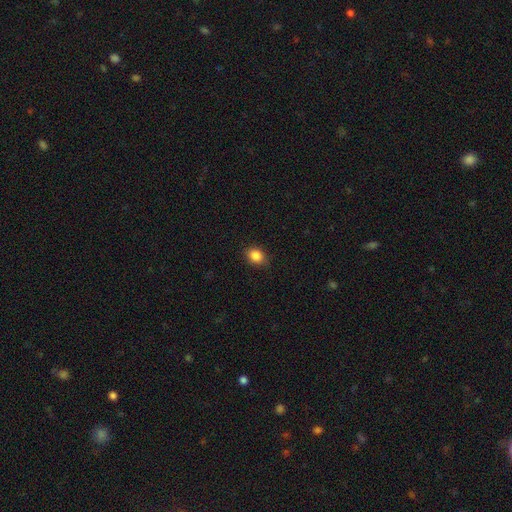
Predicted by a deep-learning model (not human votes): Smooth or featured: smooth — 86% (star or artifact — 10%)
How rounded: round — 50% (in between — 49%)
Merging: none — 86% (minor disturbance — 11%)